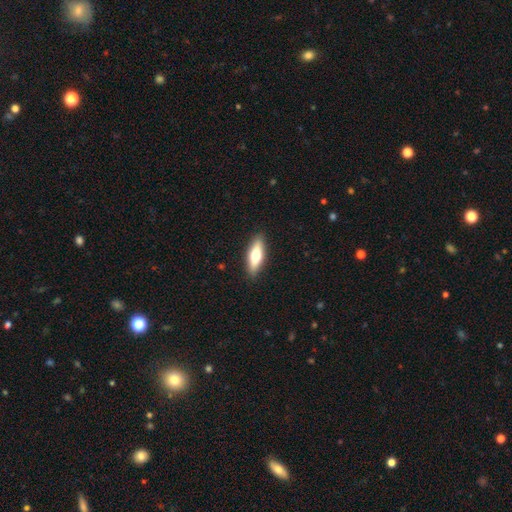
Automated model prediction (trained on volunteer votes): smooth_or_featured: smooth (p=0.62) [alt: featured or disk p=0.32]
how_rounded: in between (p=0.50) [alt: cigar-shaped p=0.48]
merging: none (p=0.89) [alt: minor disturbance p=0.08]